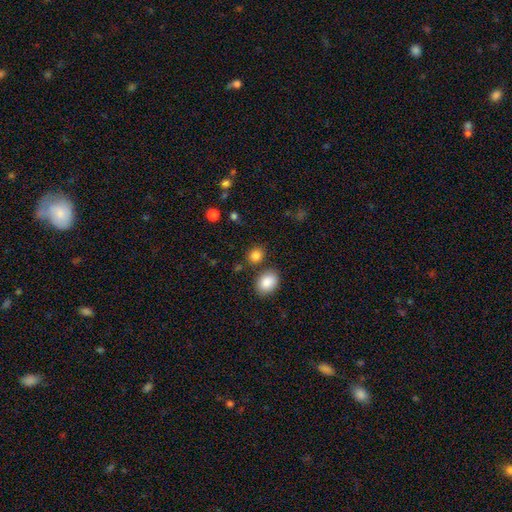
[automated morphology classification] Smooth or featured? smooth (85%)
How rounded? round (63%)
Merging? none (76%)